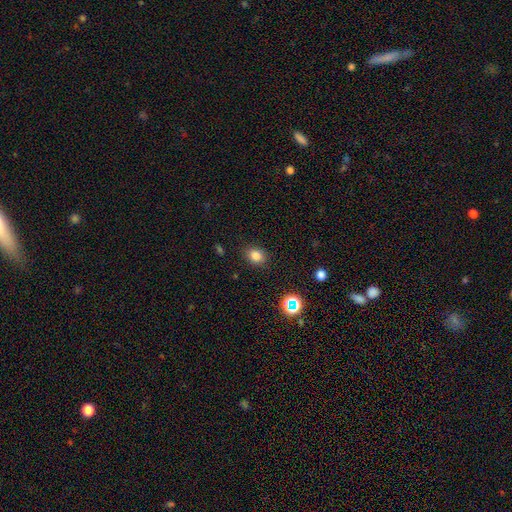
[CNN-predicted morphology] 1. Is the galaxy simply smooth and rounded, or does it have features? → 80% smooth, 14% star or artifact, 6% featured or disk.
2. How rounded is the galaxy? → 50% round, 49% in between, 1% cigar-shaped.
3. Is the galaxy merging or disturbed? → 86% none, 10% minor disturbance, 3% major disturbance, 1% merger.